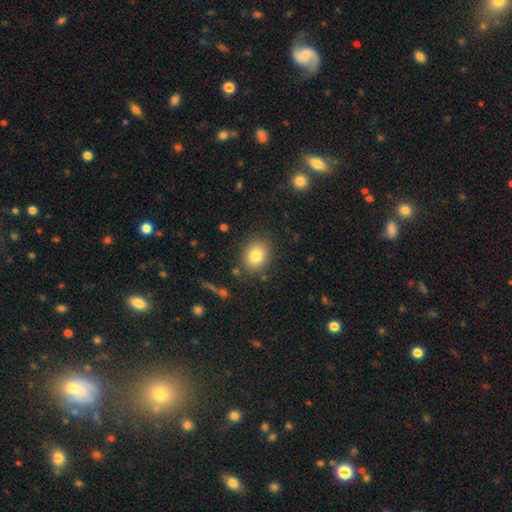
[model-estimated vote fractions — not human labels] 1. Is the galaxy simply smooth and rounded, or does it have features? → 81% smooth, 10% star or artifact, 9% featured or disk.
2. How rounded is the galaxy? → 64% round, 35% in between, 1% cigar-shaped.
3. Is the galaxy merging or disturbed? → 85% none, 10% minor disturbance, 3% major disturbance, 3% merger.